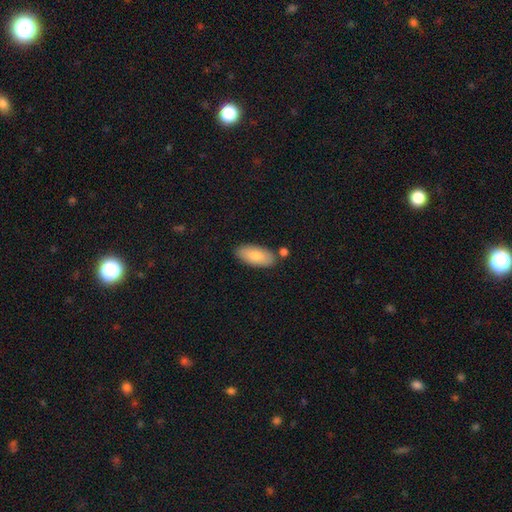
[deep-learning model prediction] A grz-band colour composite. It shows a smooth galaxy with no disk features (80%) that is in between round and cigar-shaped (91%). Merging: none (79%).